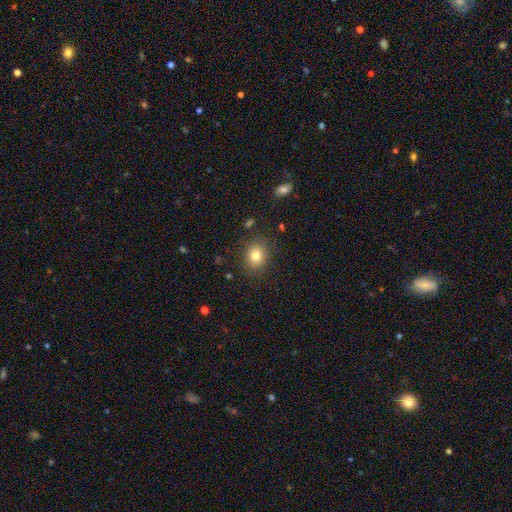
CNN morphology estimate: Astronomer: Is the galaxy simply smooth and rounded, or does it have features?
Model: smooth — 80%.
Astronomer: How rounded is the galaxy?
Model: round — 63%.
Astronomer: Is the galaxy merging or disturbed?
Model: none — 85%.